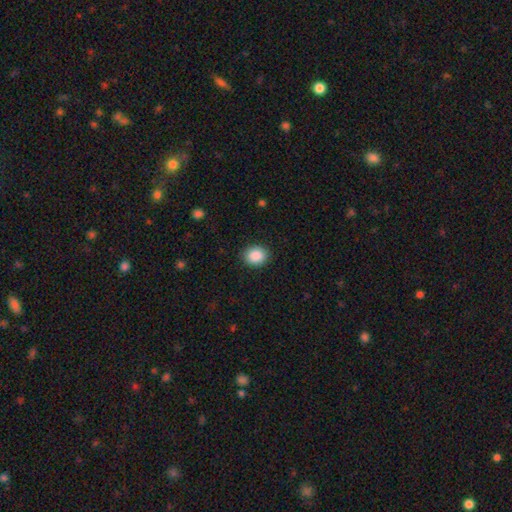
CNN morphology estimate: A smooth galaxy with no disk features (89%) that is round (62%). Merging: none (90%).